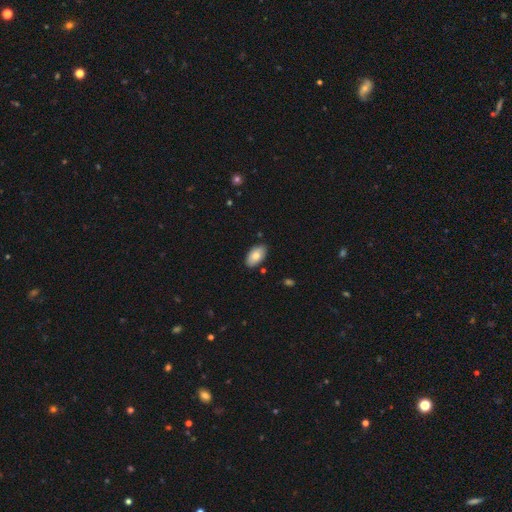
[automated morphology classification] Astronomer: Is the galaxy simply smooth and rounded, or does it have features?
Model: smooth — 80%.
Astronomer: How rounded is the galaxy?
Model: in between — 95%.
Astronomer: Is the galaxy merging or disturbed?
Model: none — 85%.